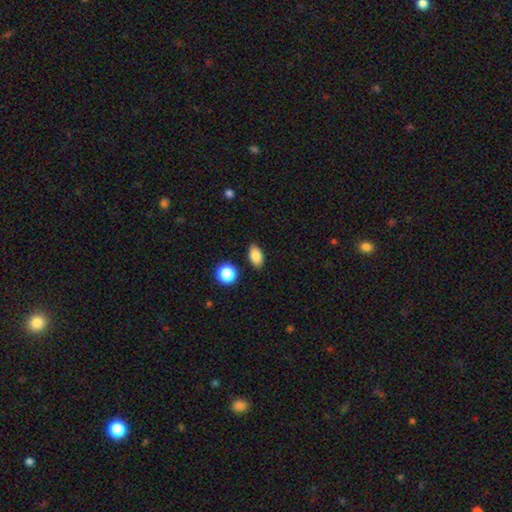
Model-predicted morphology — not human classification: smooth_or_featured: smooth (p=0.85) [alt: star or artifact p=0.09]
how_rounded: in between (p=0.88) [alt: round p=0.09]
merging: none (p=0.86) [alt: minor disturbance p=0.10]